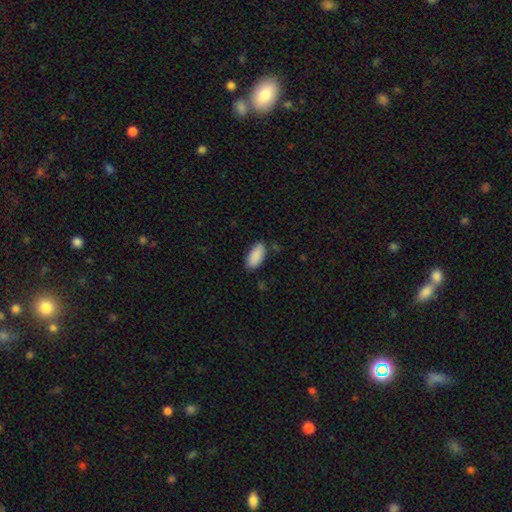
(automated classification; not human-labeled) Overall: smooth (90%). How rounded: in between (89%). Merging: none (80%).